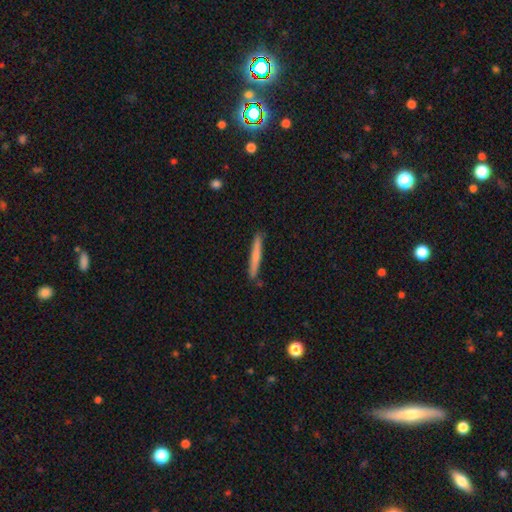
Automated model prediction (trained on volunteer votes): Smooth or featured? Predicted: smooth (p=0.65). How rounded? Predicted: cigar-shaped (p=0.96). Merging? Predicted: none (p=0.86).